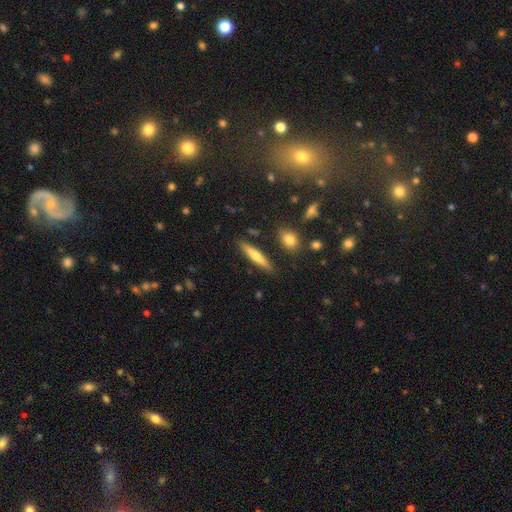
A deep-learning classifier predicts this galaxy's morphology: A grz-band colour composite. It shows a smooth galaxy with no disk features (58%) that is cigar-shaped (86%). Merging: none (86%).